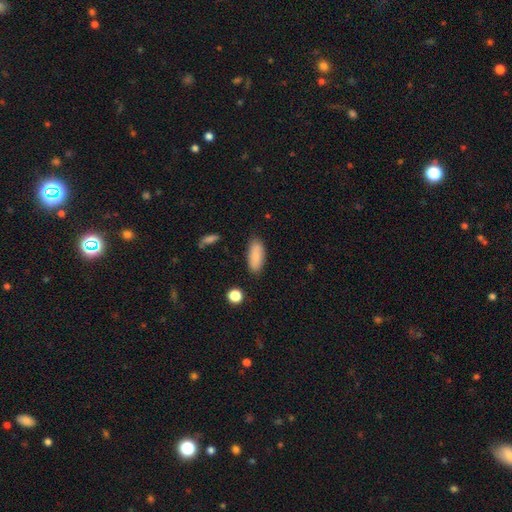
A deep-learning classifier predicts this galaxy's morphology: Smooth or featured?
  - smooth: 87% *
  - star or artifact: 7%
  - featured or disk: 6%
How rounded?
  - in between: 79% *
  - cigar-shaped: 19%
  - round: 2%
Merging?
  - none: 83% *
  - minor disturbance: 12%
  - major disturbance: 3%
  - merger: 2%